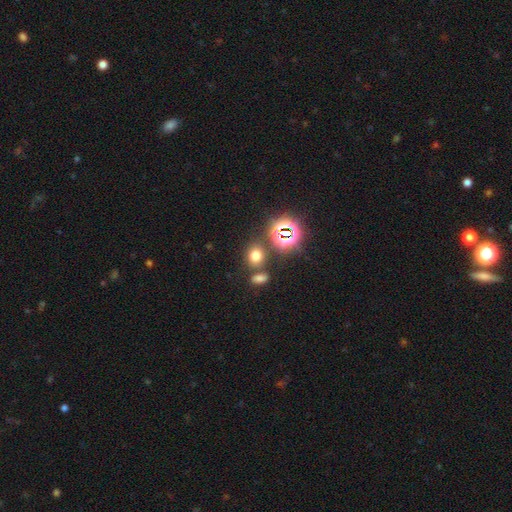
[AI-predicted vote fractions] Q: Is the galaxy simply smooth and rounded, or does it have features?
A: smooth — 64%.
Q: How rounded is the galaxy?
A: round — 55%.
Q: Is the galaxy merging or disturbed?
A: none — 72%.